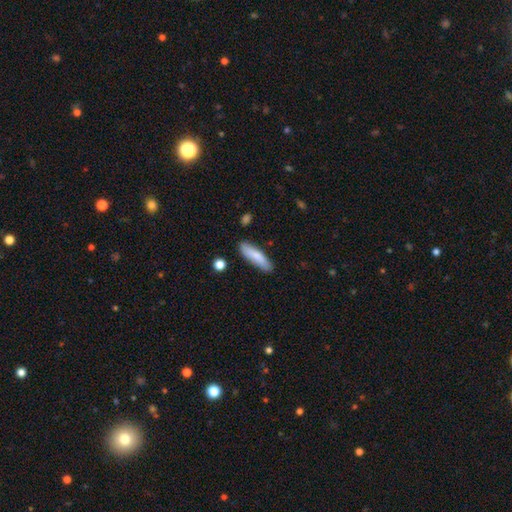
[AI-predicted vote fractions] Smooth or featured? Predicted: smooth (p=0.81). How rounded? Predicted: cigar-shaped (p=0.70). Merging? Predicted: none (p=0.82).